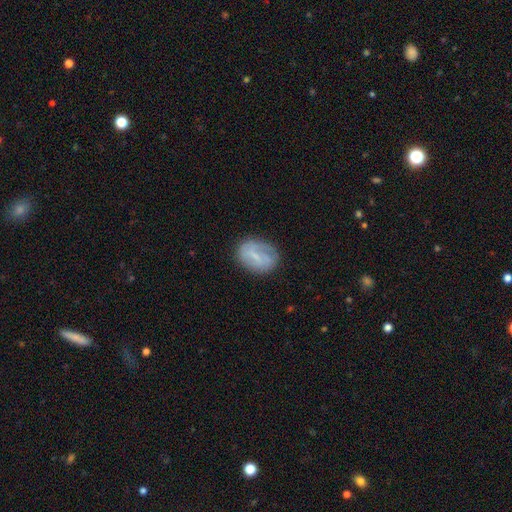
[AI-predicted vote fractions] Smooth or featured? Predicted: featured or disk (p=0.51). Edge-on disk? Predicted: no (p=0.96). Merging? Predicted: none (p=0.69).